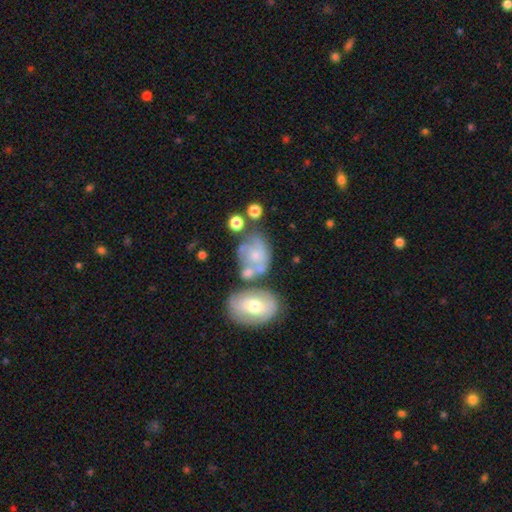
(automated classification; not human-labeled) Overall: featured or disk (57%; smooth 34%). Edge-on disk: no (96%). Bar: no (79%). Spiral arms: yes (64%; no 36%). Bulge size: small (54%; moderate 36%). Merging: none (34%; merger 31%).